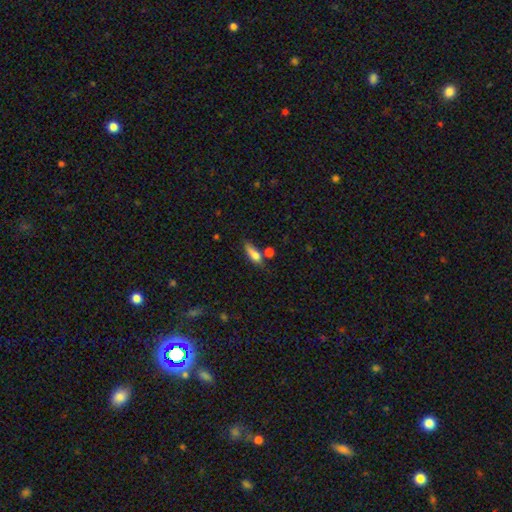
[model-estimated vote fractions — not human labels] Smooth or featured?
  - smooth: 75% *
  - featured or disk: 16%
  - star or artifact: 9%
How rounded?
  - in between: 51% *
  - cigar-shaped: 45%
  - round: 5%
Merging?
  - none: 50% *
  - minor disturbance: 24%
  - merger: 17%
  - major disturbance: 9%